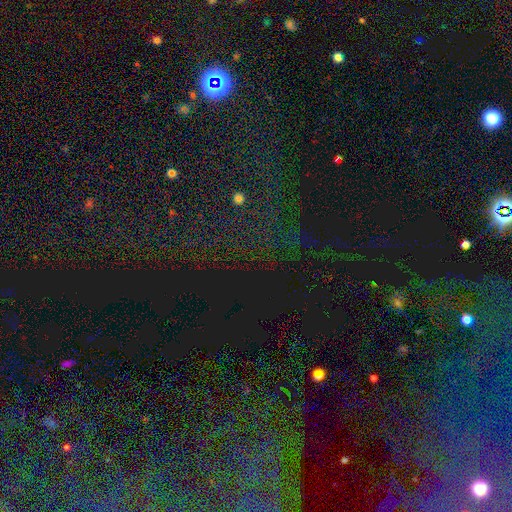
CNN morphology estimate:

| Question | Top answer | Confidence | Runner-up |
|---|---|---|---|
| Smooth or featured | star or artifact | 71% | featured or disk (15%) |